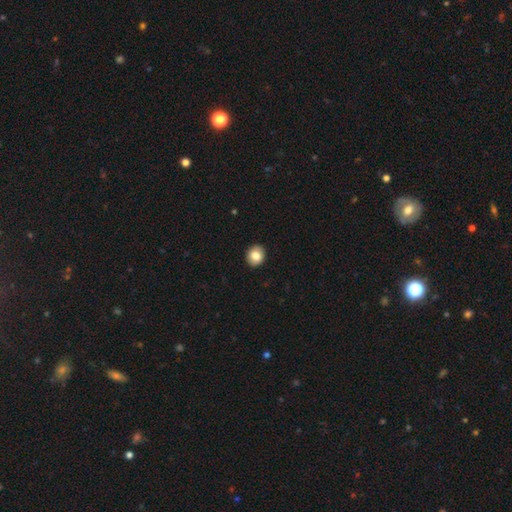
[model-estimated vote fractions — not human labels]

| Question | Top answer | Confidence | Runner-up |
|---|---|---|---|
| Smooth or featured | smooth | 83% | featured or disk (9%) |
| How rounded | round | 72% | in between (27%) |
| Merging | none | 91% | minor disturbance (7%) |